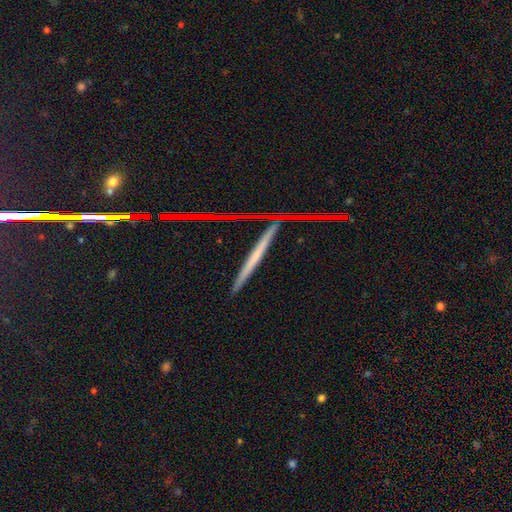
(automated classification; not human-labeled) Smooth or featured? featured or disk (51%)
Edge-on disk? yes (96%)
Merging? none (88%)